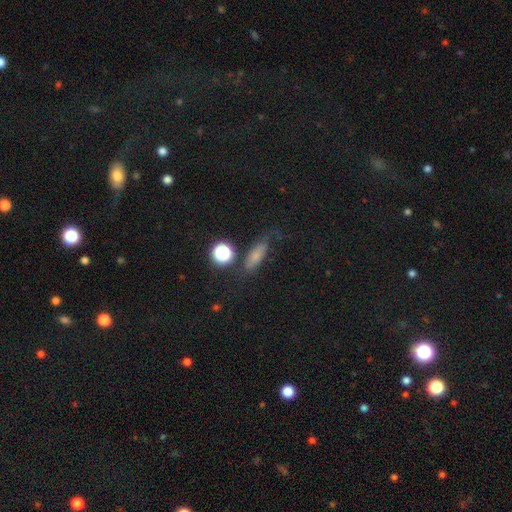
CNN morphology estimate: This is likely a smooth galaxy (69%). How rounded: possibly in between (51%). Merging: likely none (64%).